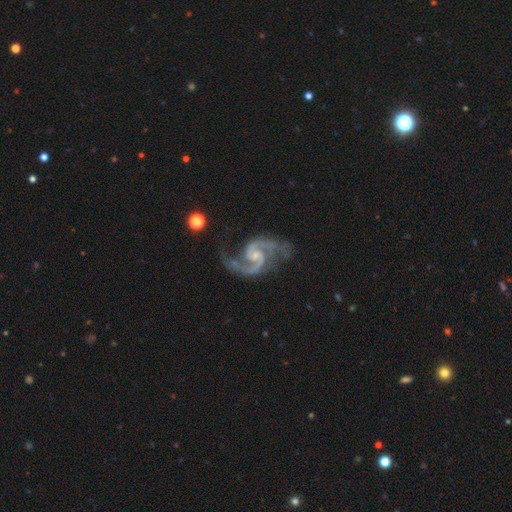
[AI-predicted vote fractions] smooth_or_featured: featured or disk (p=0.94) [alt: star or artifact p=0.04]
disk_edge_on: no (p=0.99) [alt: yes p=0.01]
bar: weak (p=0.46) [alt: no p=0.44]
has_spiral_arms: yes (p=0.99) [alt: no p=0.01]
spiral_winding: medium (p=0.62) [alt: loose p=0.25]
spiral_arm_count: 2 (p=0.93) [alt: 3 p=0.02]
bulge_size: small (p=0.60) [alt: moderate p=0.23]
merging: none (p=0.63) [alt: minor disturbance p=0.20]